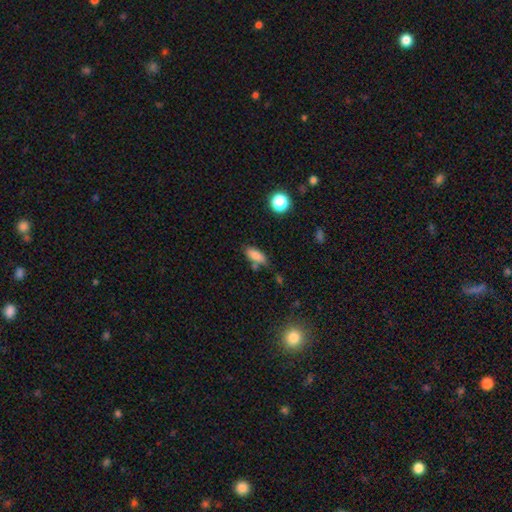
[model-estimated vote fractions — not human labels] smooth-or-featured: smooth: 84% | star or artifact: 9% | featured or disk: 7%
  how-rounded: in between: 79% | cigar-shaped: 18% | round: 3%
  merging: none: 66% | minor disturbance: 20% | merger: 10% | major disturbance: 5%